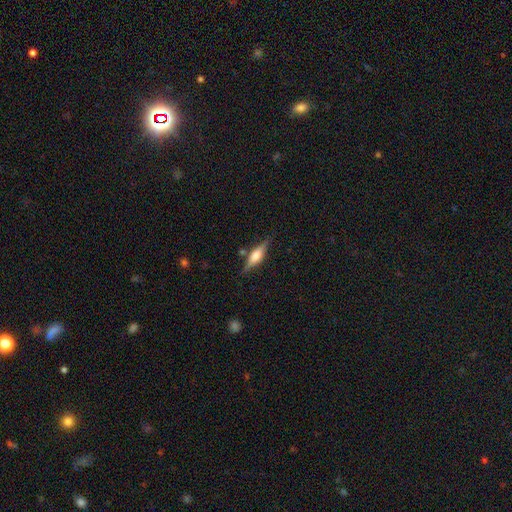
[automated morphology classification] Smooth or featured?
  - featured or disk: 62% *
  - smooth: 31%
  - star or artifact: 7%
Edge-on disk?
  - yes: 95% *
  - no: 5%
Edge-on bulge?
  - rounded: 83% *
  - boxy: 14%
  - none: 3%
Merging?
  - none: 80% *
  - minor disturbance: 13%
  - merger: 4%
  - major disturbance: 3%